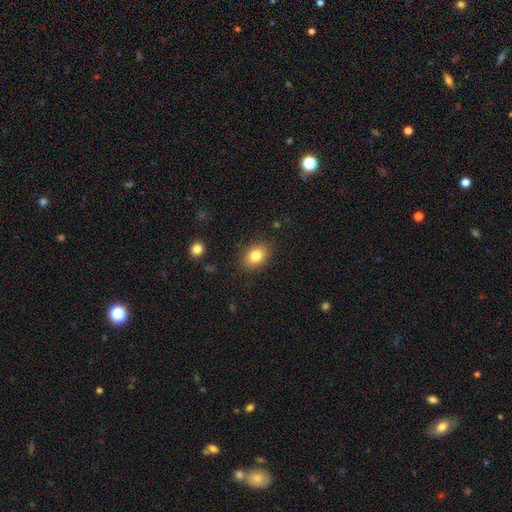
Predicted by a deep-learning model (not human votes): Smooth or featured?
  - smooth: 83% *
  - star or artifact: 9%
  - featured or disk: 8%
How rounded?
  - in between: 71% *
  - round: 28%
  - cigar-shaped: 1%
Merging?
  - none: 86% *
  - minor disturbance: 10%
  - major disturbance: 3%
  - merger: 1%